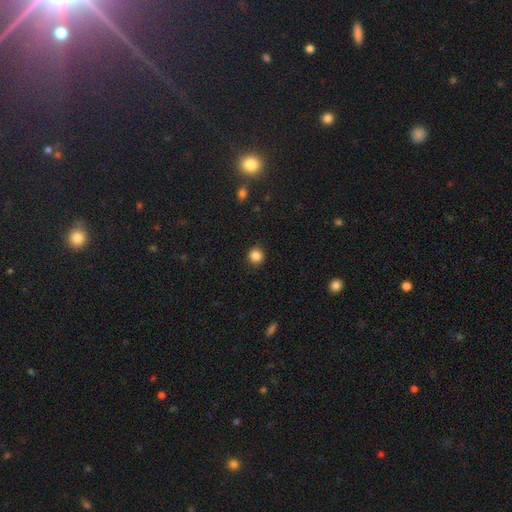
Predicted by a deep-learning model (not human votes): This is clearly a smooth galaxy (86%). How rounded: clearly round (91%). Merging: clearly none (90%).